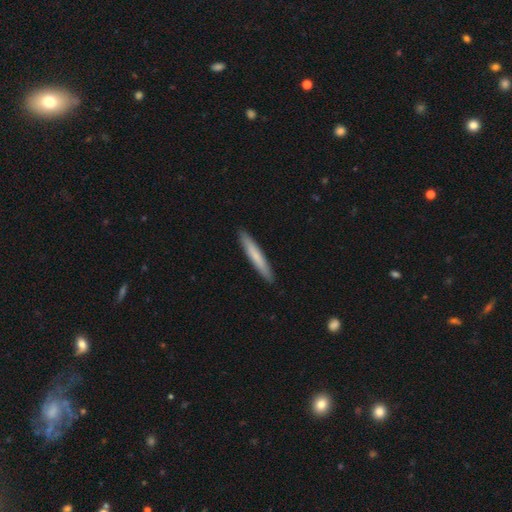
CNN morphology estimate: smooth-or-featured: smooth: 70% | featured or disk: 25% | star or artifact: 5%
  how-rounded: cigar-shaped: 95% | in between: 4% | round: 1%
  merging: none: 92% | minor disturbance: 6% | major disturbance: 1% | merger: 1%